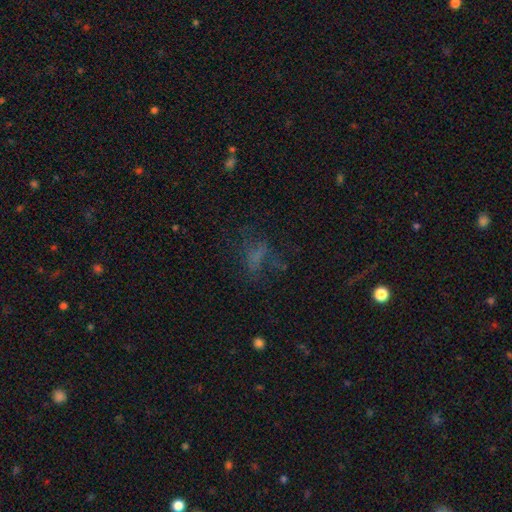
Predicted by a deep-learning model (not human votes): Smooth or featured? smooth (43%)
Merging? none (48%)